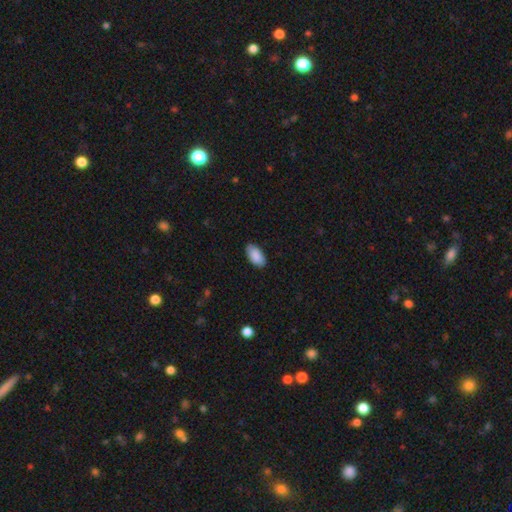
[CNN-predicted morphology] type=smooth (89%); roundness=in between (95%); merging=none (87%).